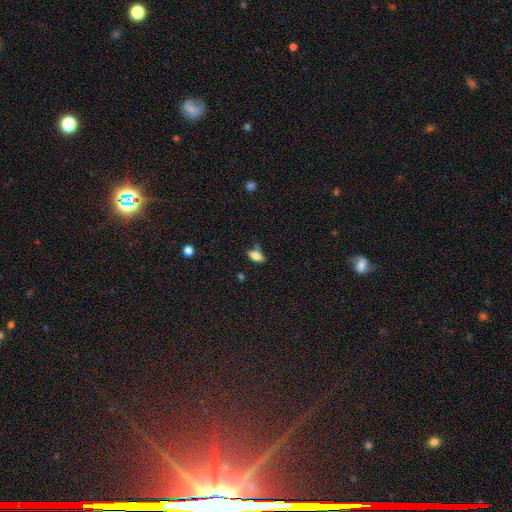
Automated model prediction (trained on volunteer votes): Smooth or featured? Predicted: smooth (p=0.72). How rounded? Predicted: in between (p=0.84). Merging? Predicted: none (p=0.53).